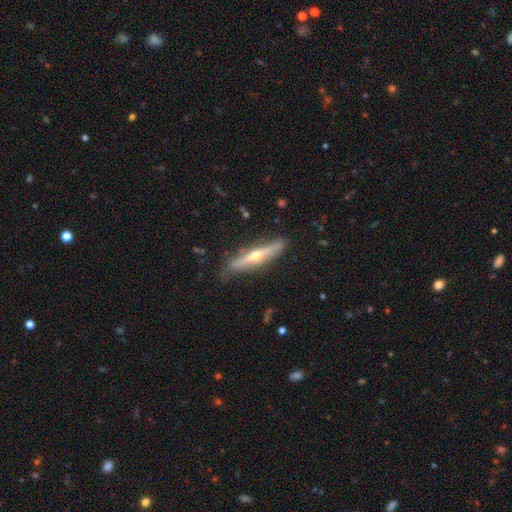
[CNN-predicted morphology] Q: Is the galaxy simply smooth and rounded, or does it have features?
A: featured or disk — 72%.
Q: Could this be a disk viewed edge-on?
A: yes — 94%.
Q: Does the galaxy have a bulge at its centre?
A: rounded — 91%.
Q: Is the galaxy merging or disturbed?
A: none — 86%.